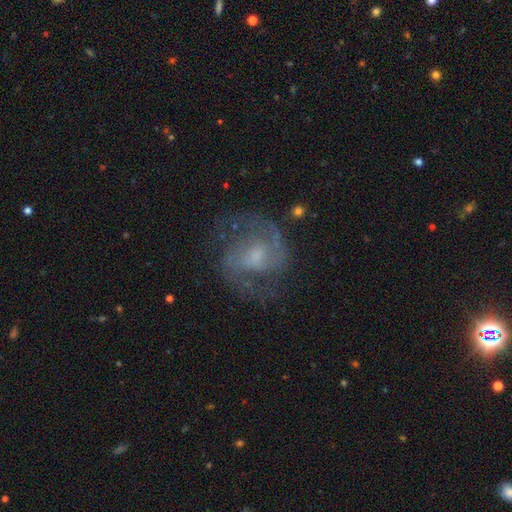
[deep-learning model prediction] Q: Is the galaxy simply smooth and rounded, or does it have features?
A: featured or disk — 84%.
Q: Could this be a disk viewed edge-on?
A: no — 98%.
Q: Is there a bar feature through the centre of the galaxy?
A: weak — 52%.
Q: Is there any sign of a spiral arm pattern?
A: yes — 95%.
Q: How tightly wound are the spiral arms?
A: medium — 59%.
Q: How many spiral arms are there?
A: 2 — 89%.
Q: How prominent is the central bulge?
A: small — 42%.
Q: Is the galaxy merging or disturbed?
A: none — 74%.